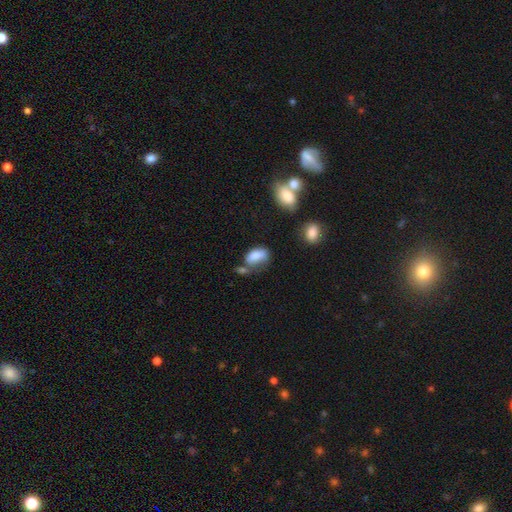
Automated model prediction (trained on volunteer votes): A smooth galaxy with no disk features (77%) that is in between round and cigar-shaped (90%). Merging: none (41%).